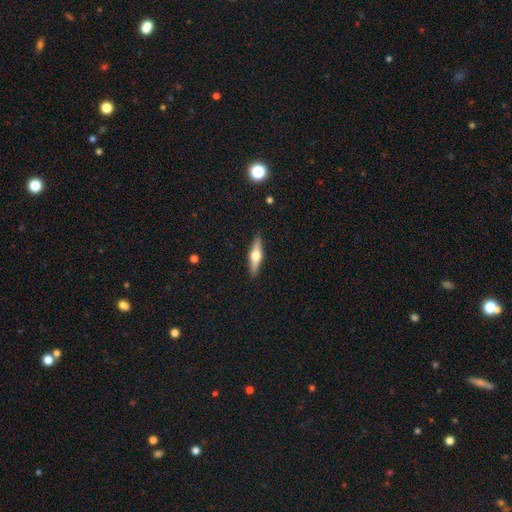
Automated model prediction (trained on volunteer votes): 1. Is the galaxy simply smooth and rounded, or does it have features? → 64% featured or disk, 30% smooth, 6% star or artifact.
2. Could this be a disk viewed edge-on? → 96% yes, 4% no.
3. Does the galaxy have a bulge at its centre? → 95% rounded, 4% boxy, 2% none.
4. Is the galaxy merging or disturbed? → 90% none, 7% minor disturbance, 2% major disturbance, 1% merger.